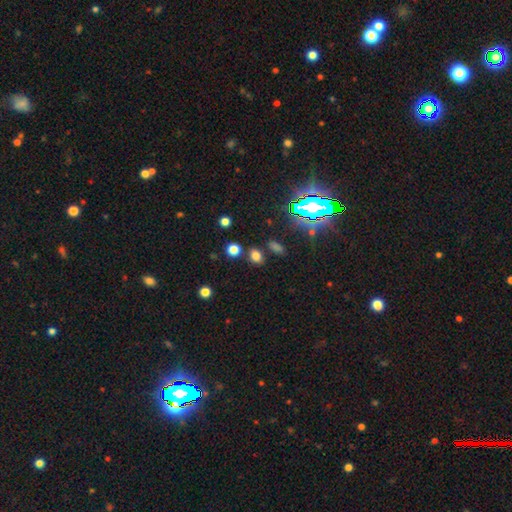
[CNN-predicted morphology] The model was most divided on "how rounded": in between: 60%, round: 37%, cigar-shaped: 2%. More confident: merging — none (79%); smooth or featured — smooth (72%).